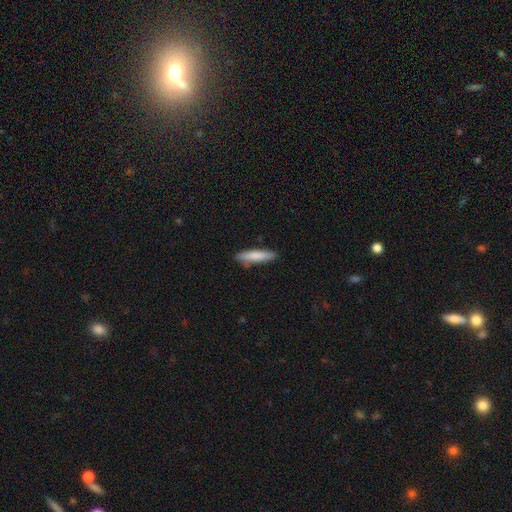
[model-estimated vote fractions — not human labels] Q: Smooth or featured?
A: smooth (82%); runner-up: featured or disk (13%)
Q: How rounded?
A: cigar-shaped (82%); runner-up: in between (17%)
Q: Merging?
A: none (86%); runner-up: minor disturbance (11%)